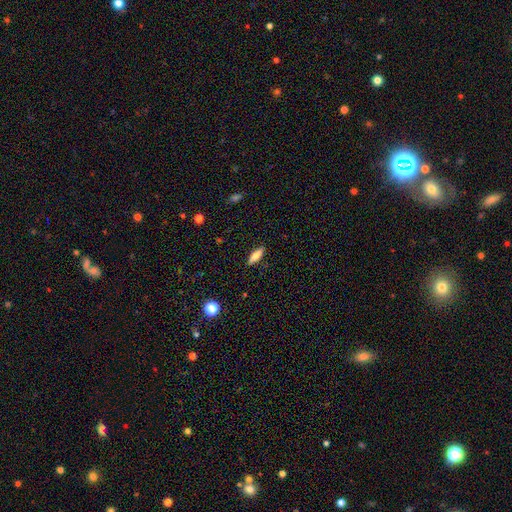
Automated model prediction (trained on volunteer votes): The model was most divided on "how rounded": in between: 51%, cigar-shaped: 47%, round: 2%. More confident: merging — none (88%); smooth or featured — smooth (76%).